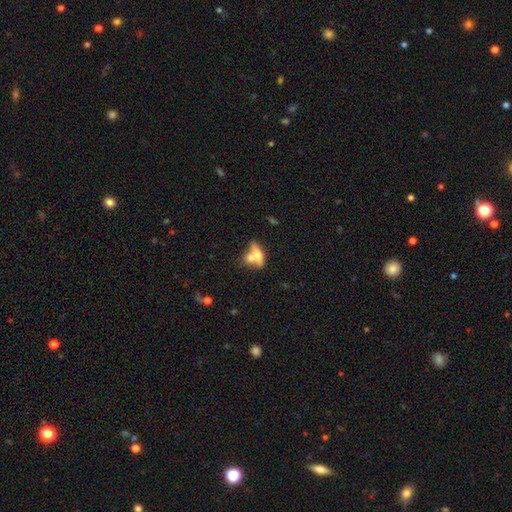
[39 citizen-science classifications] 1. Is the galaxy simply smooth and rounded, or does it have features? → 62% smooth, 36% featured or disk, 3% star or artifact.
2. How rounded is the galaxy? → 50% in between, 46% cigar-shaped, 4% round.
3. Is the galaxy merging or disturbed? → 61% merger, 29% none, 11% minor disturbance, 0% major disturbance.